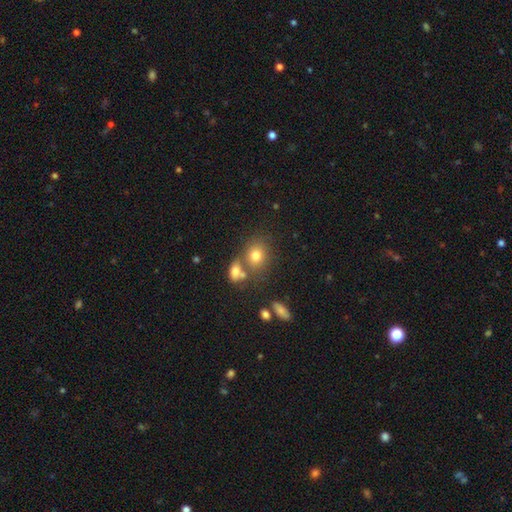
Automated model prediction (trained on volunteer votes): Q: Smooth or featured?
A: smooth (76%); runner-up: star or artifact (13%)
Q: How rounded?
A: round (59%); runner-up: in between (40%)
Q: Merging?
A: none (57%); runner-up: merger (26%)